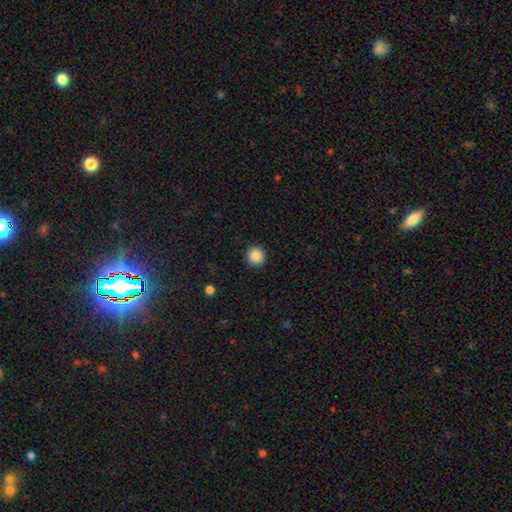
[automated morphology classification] This is clearly a smooth galaxy (87%). How rounded: clearly round (93%). Merging: clearly none (92%).